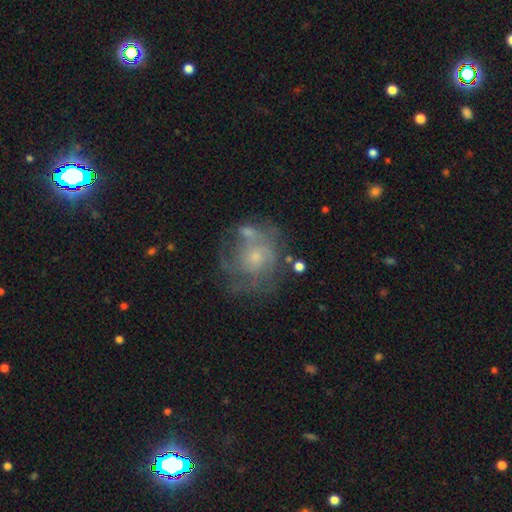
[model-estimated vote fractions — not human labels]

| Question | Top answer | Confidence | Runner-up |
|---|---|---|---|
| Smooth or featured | featured or disk | 64% | smooth (25%) |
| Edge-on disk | no | 98% | yes (2%) |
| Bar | no | 80% | weak (17%) |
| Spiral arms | yes | 71% | no (29%) |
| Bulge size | small | 61% | moderate (30%) |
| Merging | none | 55% | minor disturbance (19%) |